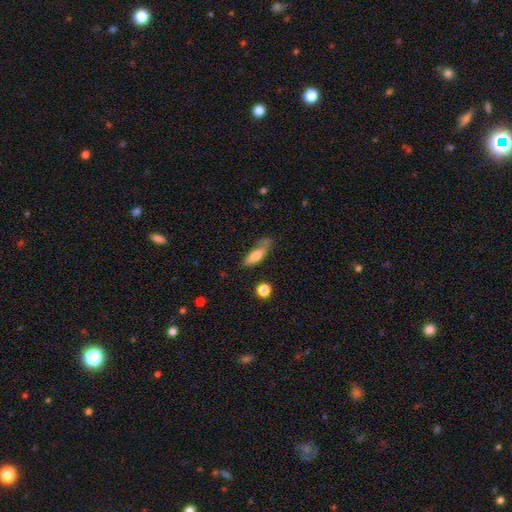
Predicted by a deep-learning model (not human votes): A smooth galaxy with no disk features (72%) that is in between round and cigar-shaped (50%).

Vote fractions:
- Smooth or featured? smooth: 72% / featured or disk: 21% / star or artifact: 7%
- How rounded? in between: 50% / cigar-shaped: 47% / round: 3%
- Merging? none: 53% / minor disturbance: 30% / major disturbance: 12% / merger: 5%